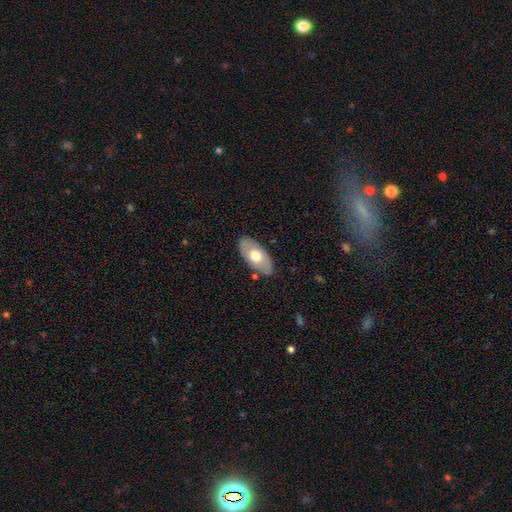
Smooth or featured?
  - smooth: 55% *
  - featured or disk: 40%
  - star or artifact: 5%
How rounded?
  - in between: 95% *
  - cigar-shaped: 5%
  - round: 0%
Merging?
  - none: 87% *
  - minor disturbance: 8%
  - major disturbance: 5%
  - merger: 0%